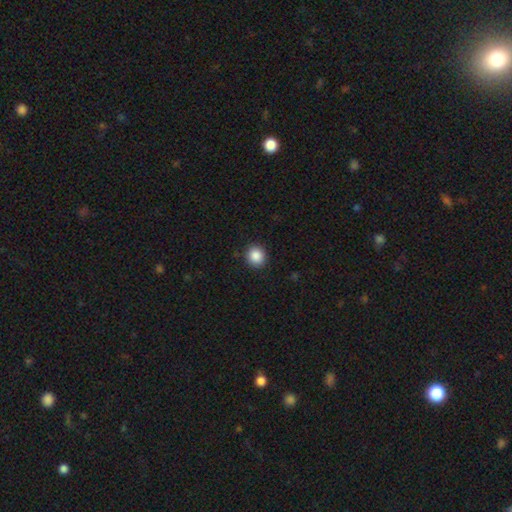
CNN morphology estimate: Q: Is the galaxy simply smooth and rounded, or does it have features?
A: smooth — 88%.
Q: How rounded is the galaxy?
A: round — 87%.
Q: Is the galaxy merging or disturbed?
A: none — 91%.